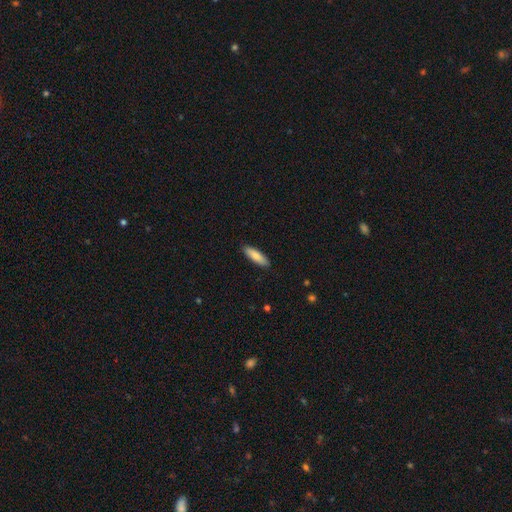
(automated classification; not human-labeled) Morphology: type=smooth (82%); roundness=cigar-shaped (57%); merging=none (90%).